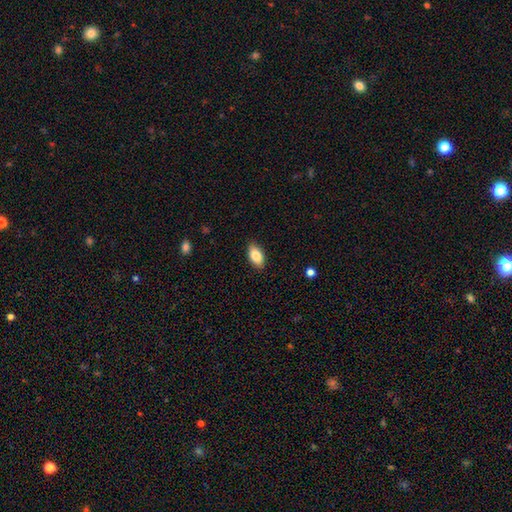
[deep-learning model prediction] Q: Smooth or featured?
A: smooth (82%); runner-up: featured or disk (11%)
Q: How rounded?
A: in between (91%); runner-up: cigar-shaped (5%)
Q: Merging?
A: none (88%); runner-up: minor disturbance (9%)